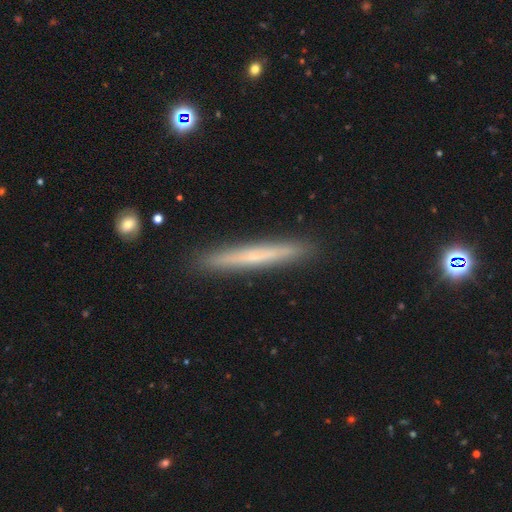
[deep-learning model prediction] Q: Smooth or featured?
A: smooth (49%); runner-up: featured or disk (44%)
Q: Merging?
A: none (92%); runner-up: minor disturbance (6%)